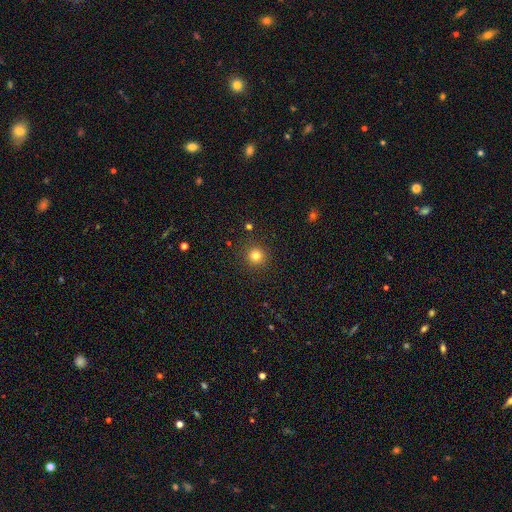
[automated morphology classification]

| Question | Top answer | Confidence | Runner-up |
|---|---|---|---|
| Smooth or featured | smooth | 80% | star or artifact (14%) |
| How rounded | round | 94% | in between (5%) |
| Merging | none | 90% | minor disturbance (6%) |